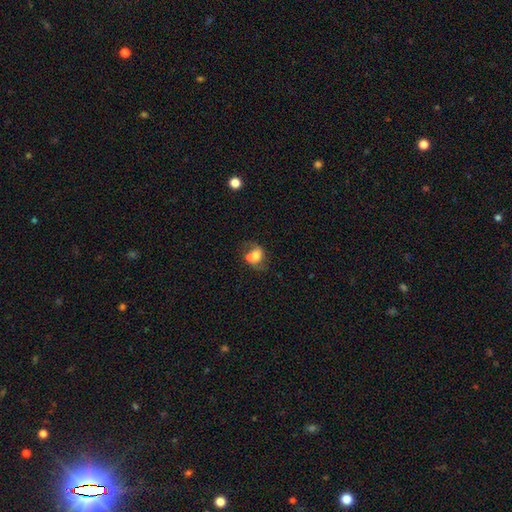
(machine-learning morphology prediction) type=smooth (56%); roundness=round (51%); merging=merger (49%).